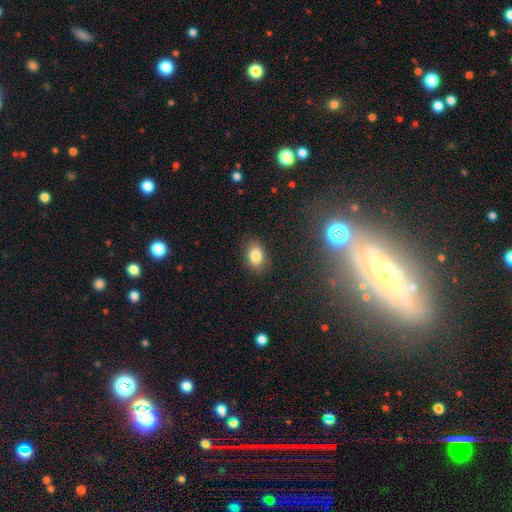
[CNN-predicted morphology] smooth 83%, star or artifact 10%, featured or disk 7%. Down the decision tree: how rounded — in between (78%); merging — none (86%).